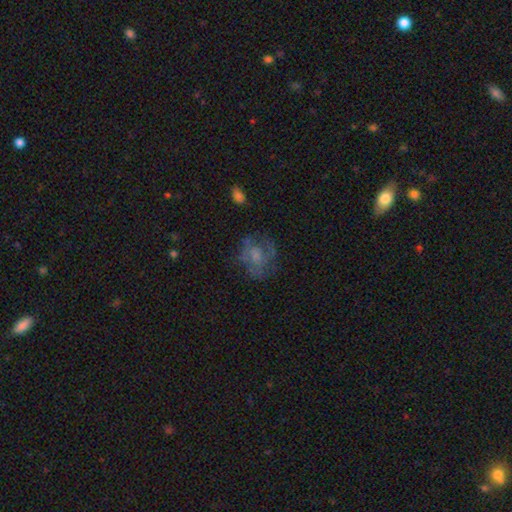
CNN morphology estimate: Q: Smooth or featured?
A: featured or disk (49%); runner-up: smooth (40%)
Q: Merging?
A: none (57%); runner-up: minor disturbance (21%)